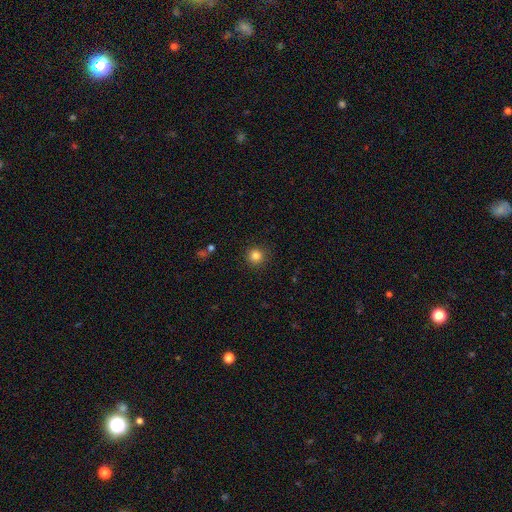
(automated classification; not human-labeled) smooth 83%, star or artifact 12%, featured or disk 5%. Down the decision tree: how rounded — round (95%); merging — none (91%).